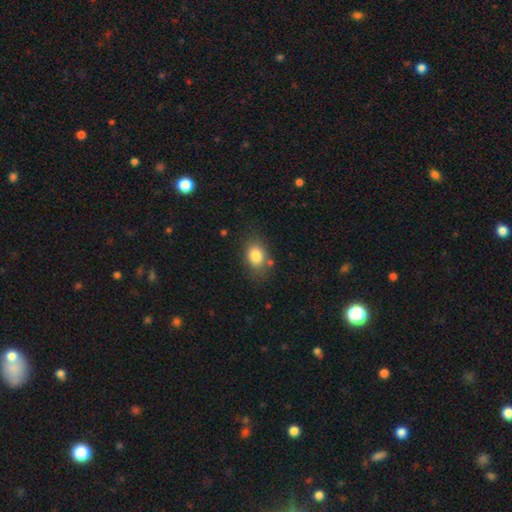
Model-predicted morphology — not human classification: Q: Smooth or featured?
A: smooth (83%); runner-up: star or artifact (9%)
Q: How rounded?
A: in between (69%); runner-up: round (30%)
Q: Merging?
A: none (76%); runner-up: minor disturbance (16%)